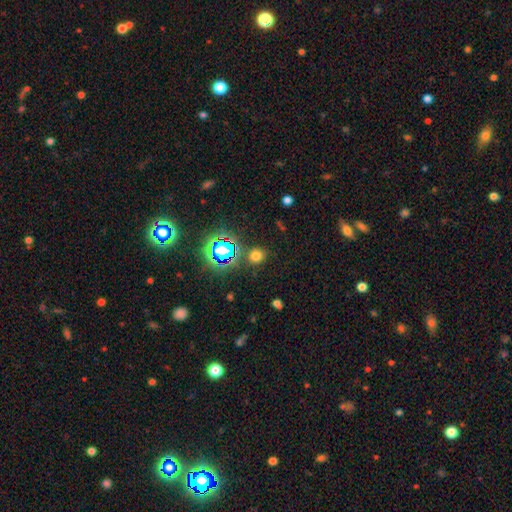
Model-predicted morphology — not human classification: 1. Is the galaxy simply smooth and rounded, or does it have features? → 64% smooth, 30% star or artifact, 6% featured or disk.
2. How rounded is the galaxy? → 76% round, 23% in between, 1% cigar-shaped.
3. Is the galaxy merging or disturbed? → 84% none, 8% minor disturbance, 4% merger, 4% major disturbance.